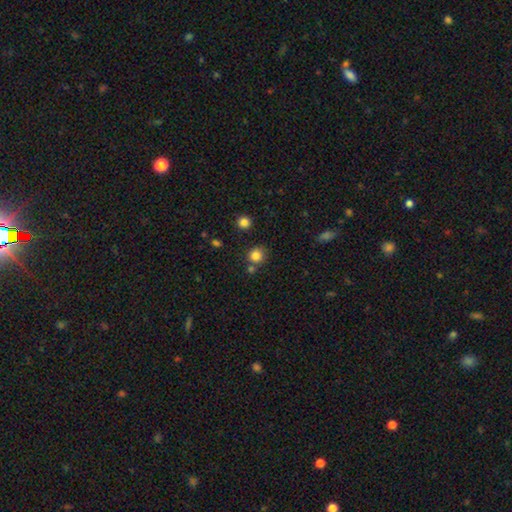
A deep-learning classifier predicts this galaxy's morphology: A smooth galaxy with no disk features (83%) that is round (87%). Merging: none (72%).